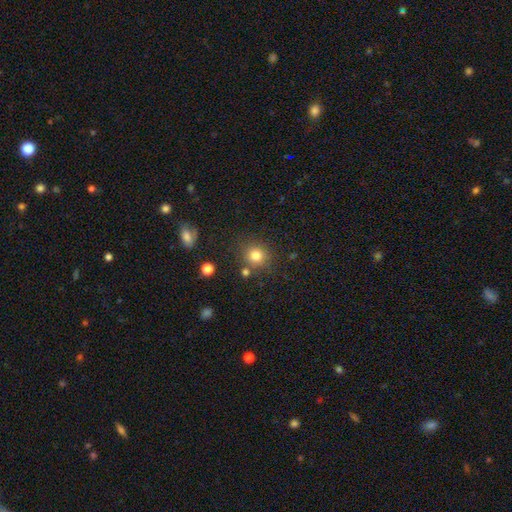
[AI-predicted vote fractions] A smooth galaxy with no disk features (80%) that is round (88%).

Vote fractions:
- Smooth or featured? smooth: 80% / star or artifact: 13% / featured or disk: 7%
- How rounded? round: 88% / in between: 11% / cigar-shaped: 1%
- Merging? none: 79% / minor disturbance: 10% / merger: 7% / major disturbance: 4%